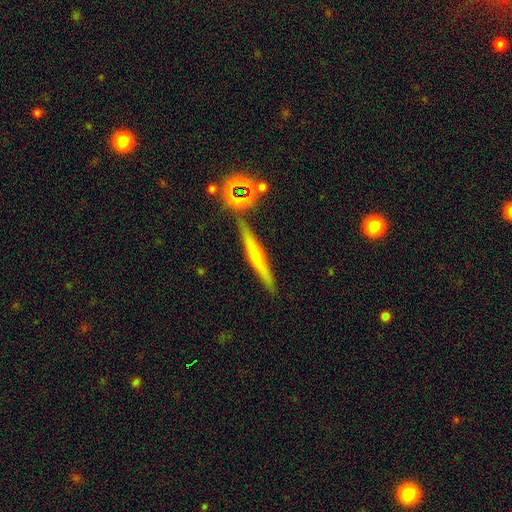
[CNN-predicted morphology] smooth_or_featured: featured or disk (p=0.51) [alt: smooth p=0.36]
disk_edge_on: yes (p=0.93) [alt: no p=0.07]
merging: none (p=0.82) [alt: minor disturbance p=0.10]